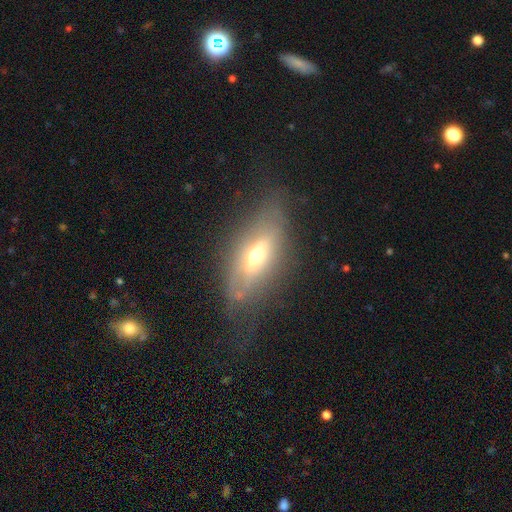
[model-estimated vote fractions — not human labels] Q: Smooth or featured?
A: featured or disk (54%); runner-up: smooth (37%)
Q: Edge-on disk?
A: yes (62%); runner-up: no (38%)
Q: Merging?
A: none (58%); runner-up: minor disturbance (23%)